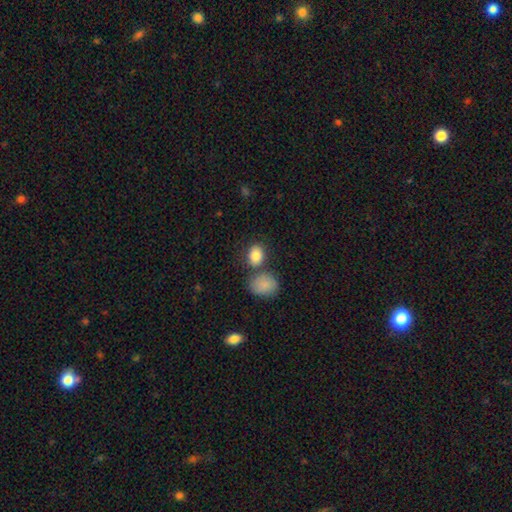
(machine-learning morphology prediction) Smooth or featured? Predicted: smooth (p=0.85). How rounded? Predicted: in between (p=0.63). Merging? Predicted: none (p=0.63).